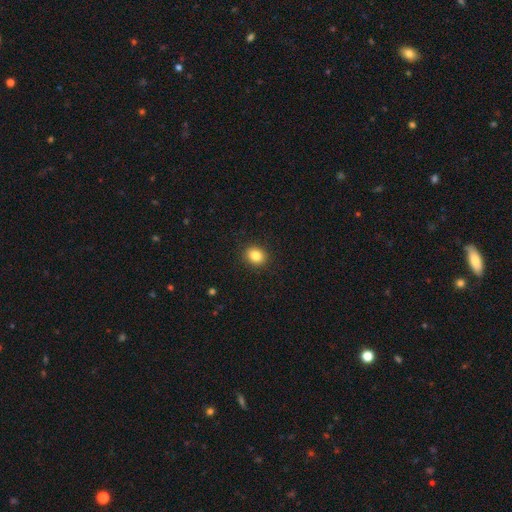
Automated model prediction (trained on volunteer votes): Smooth or featured? smooth (84%)
How rounded? round (59%)
Merging? none (91%)